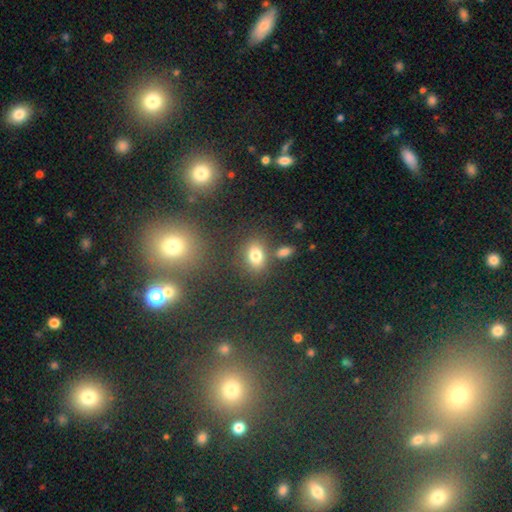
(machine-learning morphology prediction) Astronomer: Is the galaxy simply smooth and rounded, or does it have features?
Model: smooth — 77%.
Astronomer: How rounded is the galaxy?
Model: in between — 68%.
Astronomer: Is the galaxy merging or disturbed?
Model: none — 69%.